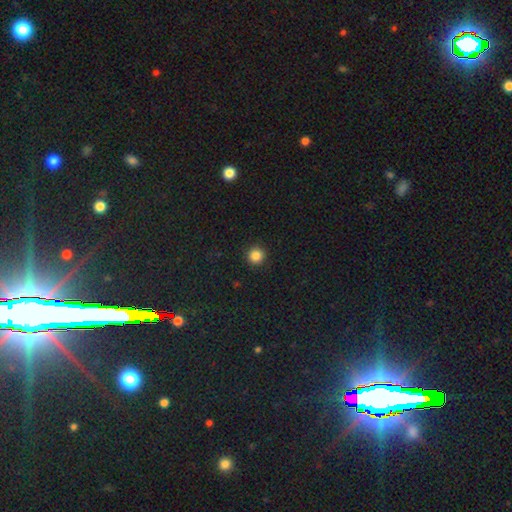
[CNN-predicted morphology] This appears to be a smooth galaxy with no disk features (85%) that is round (95%). Merging: none (93%).